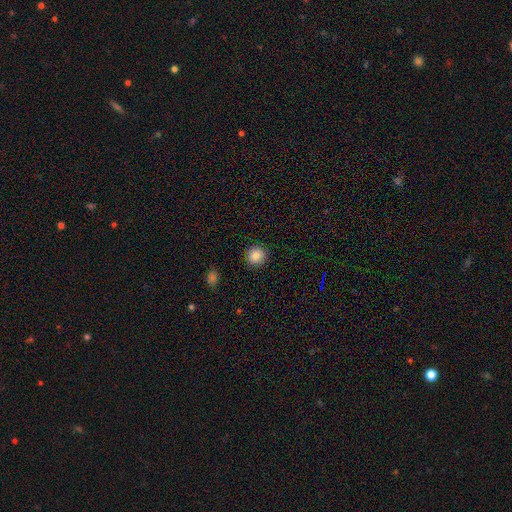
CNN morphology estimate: Smooth or featured: smooth — 87% (star or artifact — 9%)
How rounded: round — 91% (in between — 8%)
Merging: none — 91% (minor disturbance — 6%)